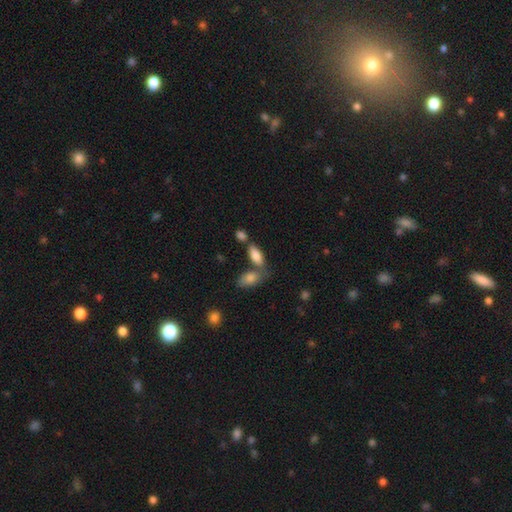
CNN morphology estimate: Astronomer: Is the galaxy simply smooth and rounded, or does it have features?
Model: smooth — 84%.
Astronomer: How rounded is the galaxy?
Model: in between — 84%.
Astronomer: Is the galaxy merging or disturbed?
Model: none — 52% (runner-up: merger, 31%).